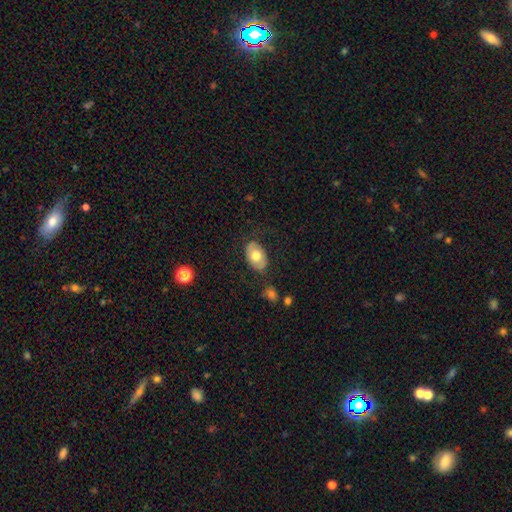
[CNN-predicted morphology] This is likely a smooth galaxy (64%). How rounded: clearly in between (88%). Merging: likely none (77%).